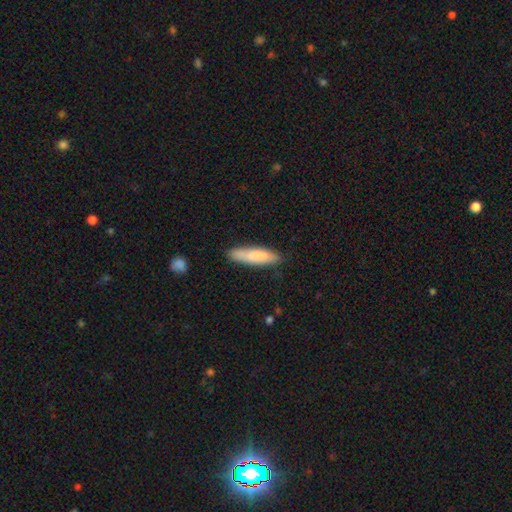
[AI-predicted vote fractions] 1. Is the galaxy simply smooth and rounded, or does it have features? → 82% smooth, 12% featured or disk, 6% star or artifact.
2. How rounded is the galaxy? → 77% cigar-shaped, 22% in between, 1% round.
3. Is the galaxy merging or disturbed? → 83% none, 13% minor disturbance, 2% major disturbance, 2% merger.